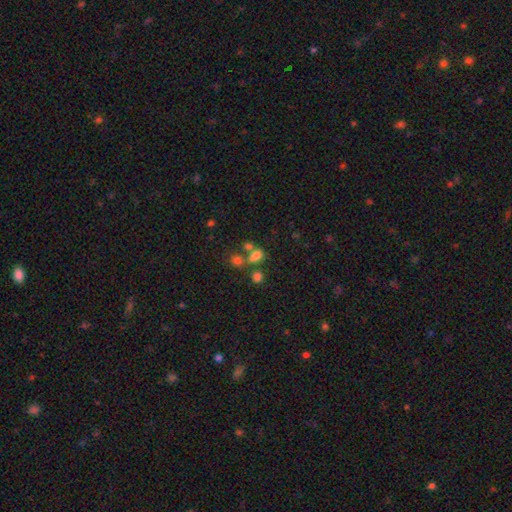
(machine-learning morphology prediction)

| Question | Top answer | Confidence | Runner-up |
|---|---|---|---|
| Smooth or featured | smooth | 69% | star or artifact (20%) |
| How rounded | in between | 66% | round (32%) |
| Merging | none | 44% | merger (37%) |